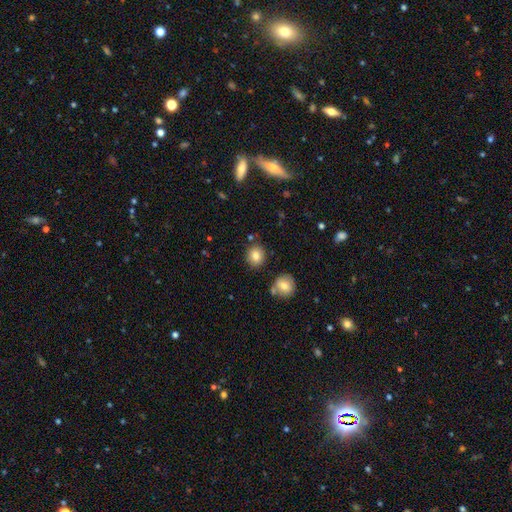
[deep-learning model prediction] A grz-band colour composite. It shows a smooth galaxy with no disk features (82%) that is round (80%). Merging: none (83%).